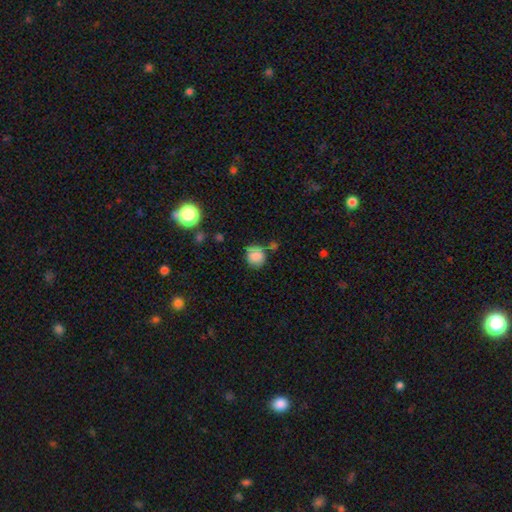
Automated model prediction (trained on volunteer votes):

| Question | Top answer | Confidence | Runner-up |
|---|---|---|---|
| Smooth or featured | smooth | 84% | star or artifact (10%) |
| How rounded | round | 81% | in between (18%) |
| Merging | none | 66% | minor disturbance (22%) |